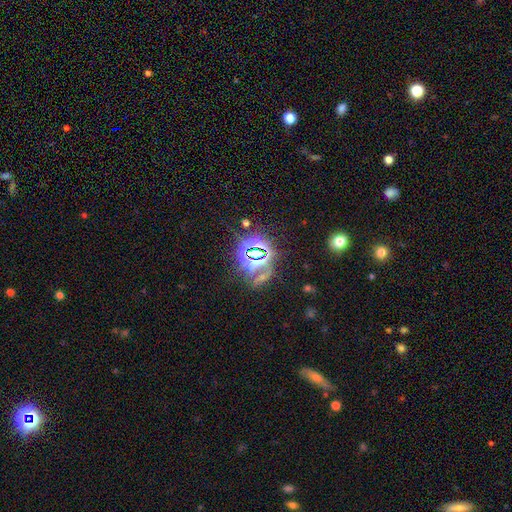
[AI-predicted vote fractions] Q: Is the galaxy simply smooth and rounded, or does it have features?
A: star or artifact — 80%.